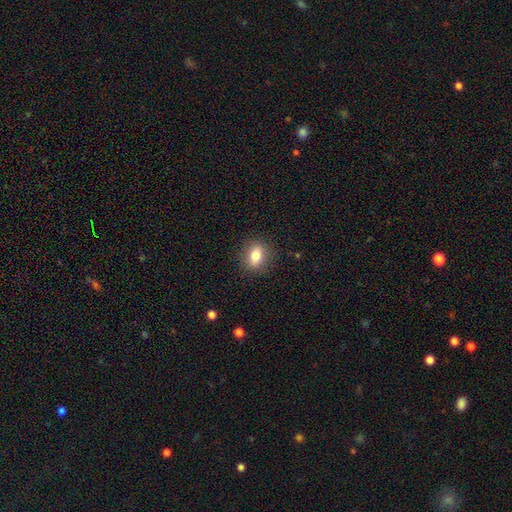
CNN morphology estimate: A smooth galaxy with no disk features (79%) that is in between round and cigar-shaped (64%).

Vote fractions:
- Smooth or featured? smooth: 79% / featured or disk: 12% / star or artifact: 9%
- How rounded? in between: 64% / round: 32% / cigar-shaped: 4%
- Merging? none: 87% / minor disturbance: 9% / major disturbance: 3% / merger: 1%